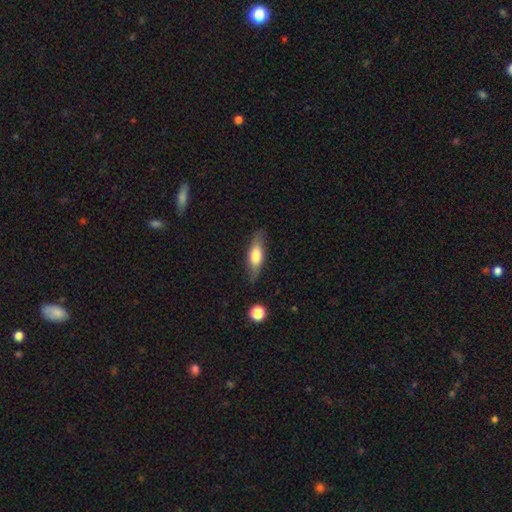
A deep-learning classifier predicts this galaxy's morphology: A smooth galaxy with no disk features (60%) that is in between round and cigar-shaped (50%).

Vote fractions:
- Smooth or featured? smooth: 60% / featured or disk: 34% / star or artifact: 6%
- How rounded? in between: 50% / cigar-shaped: 46% / round: 3%
- Merging? none: 80% / minor disturbance: 15% / major disturbance: 3% / merger: 2%